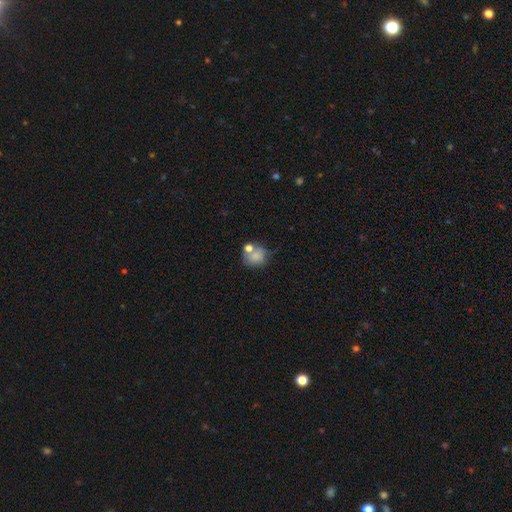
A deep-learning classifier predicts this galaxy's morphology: type=smooth (76%); roundness=round (75%); merging=none (47%).